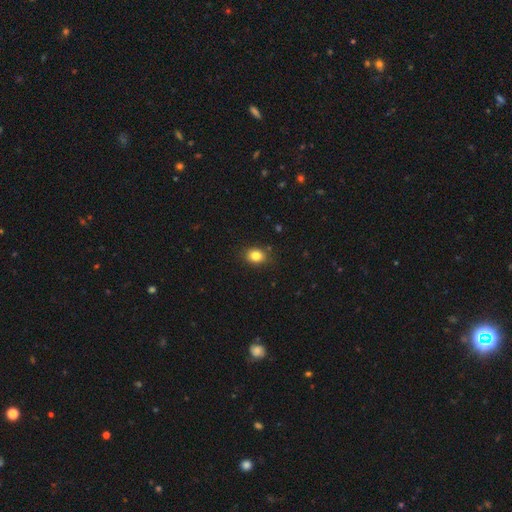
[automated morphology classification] Overall: smooth (83%). How rounded: in between (56%; round 43%). Merging: none (86%).